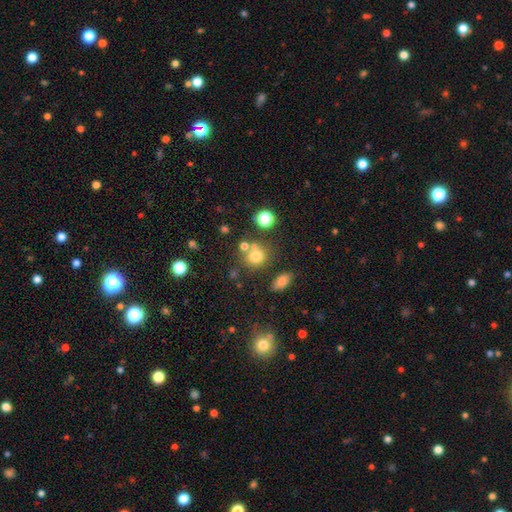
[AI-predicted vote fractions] Smooth or featured? smooth (73%)
How rounded? round (80%)
Merging? none (61%)